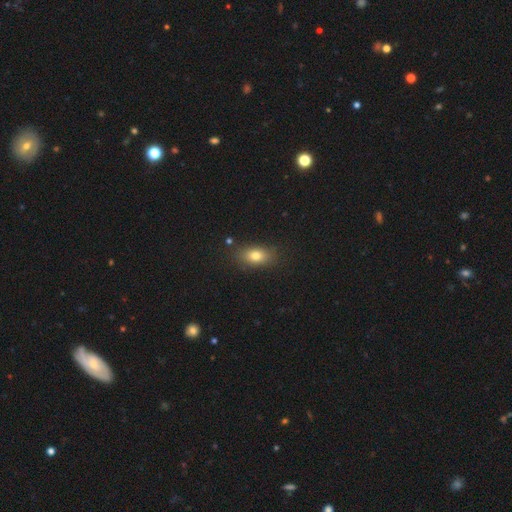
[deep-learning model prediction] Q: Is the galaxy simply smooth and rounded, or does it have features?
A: smooth — 78%.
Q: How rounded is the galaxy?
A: in between — 80%.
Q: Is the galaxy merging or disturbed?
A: none — 83%.